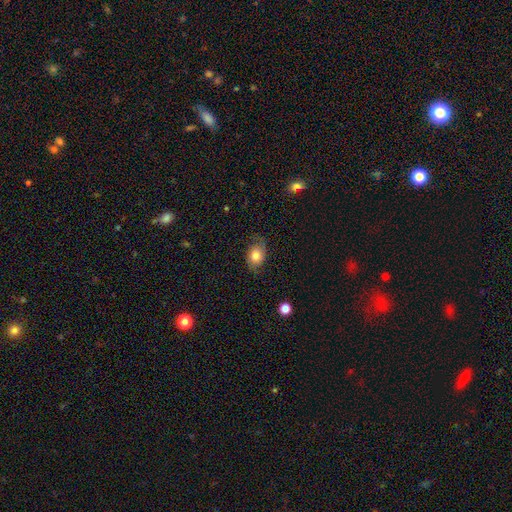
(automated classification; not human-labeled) This is likely a smooth galaxy (62%). How rounded: likely in between (65%). Merging: likely none (68%).